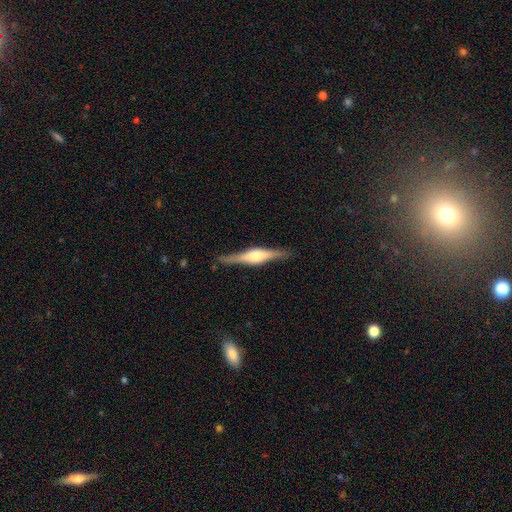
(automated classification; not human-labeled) featured or disk 76%, smooth 19%, star or artifact 5%. Down the decision tree: edge-on disk — yes (98%); edge-on bulge — rounded (82%); merging — none (88%).